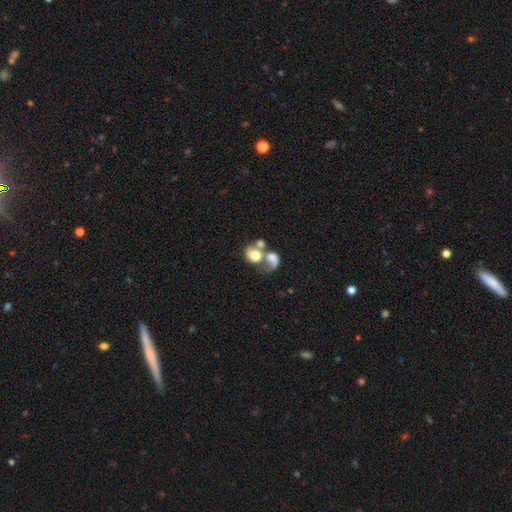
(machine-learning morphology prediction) This is possibly a smooth galaxy (54%). How rounded: possibly round (51%). Merging: likely merger (68%).